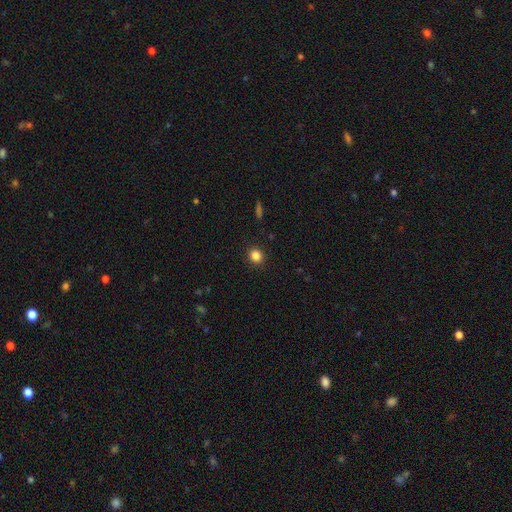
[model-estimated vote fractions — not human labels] Smooth or featured: smooth — 85% (star or artifact — 11%)
How rounded: round — 82% (in between — 17%)
Merging: none — 91% (minor disturbance — 6%)